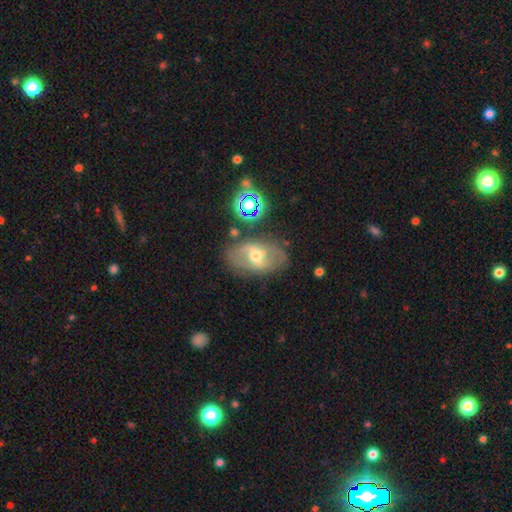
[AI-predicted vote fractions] featured or disk 60%, smooth 26%, star or artifact 14%. Down the decision tree: edge-on disk — no (91%); bar — weak (44%); spiral arms — yes (59%); bulge size — moderate (64%); merging — none (73%).